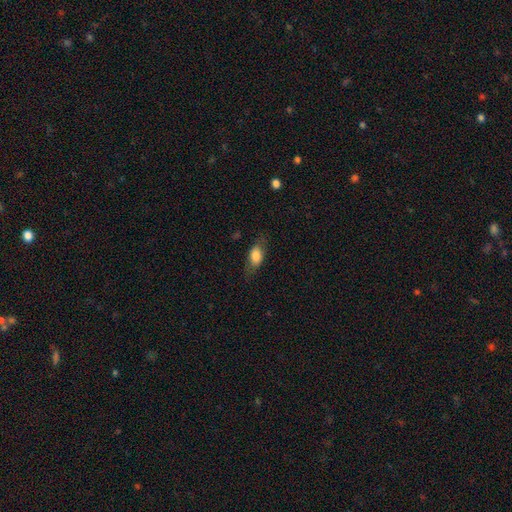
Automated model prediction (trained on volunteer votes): A smooth galaxy with no disk features (75%) that is in between round and cigar-shaped (80%). Merging: none (71%).